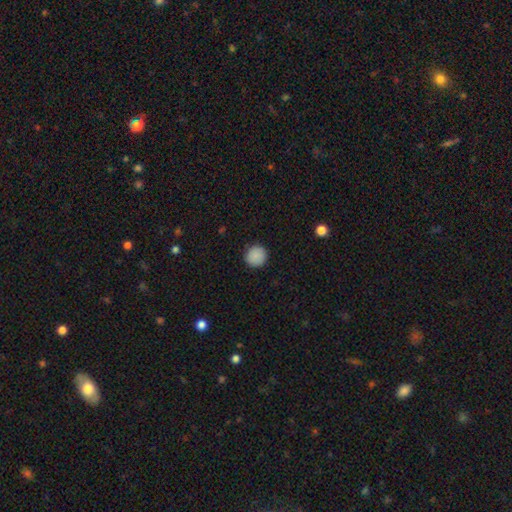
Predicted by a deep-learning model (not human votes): Smooth or featured?
  - smooth: 88% *
  - star or artifact: 8%
  - featured or disk: 4%
How rounded?
  - round: 95% *
  - in between: 4%
  - cigar-shaped: 1%
Merging?
  - none: 91% *
  - minor disturbance: 6%
  - major disturbance: 2%
  - merger: 1%